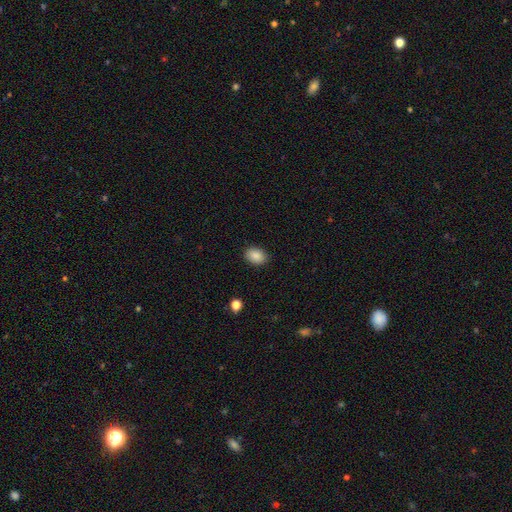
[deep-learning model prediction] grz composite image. It shows a smooth galaxy with no disk features (88%) that is in between round and cigar-shaped (77%). Merging: none (88%).